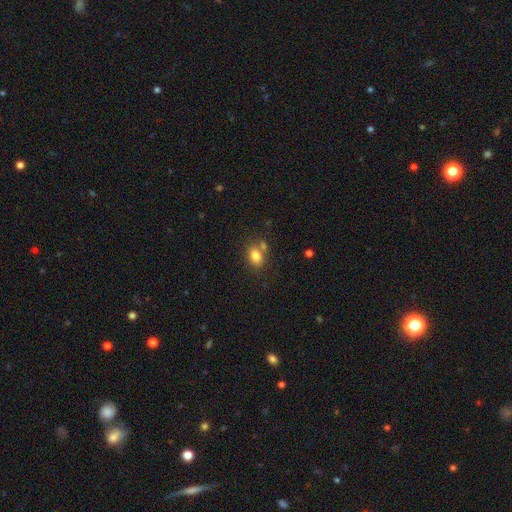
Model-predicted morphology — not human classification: type=smooth (81%); roundness=in between (73%); merging=none (62%).